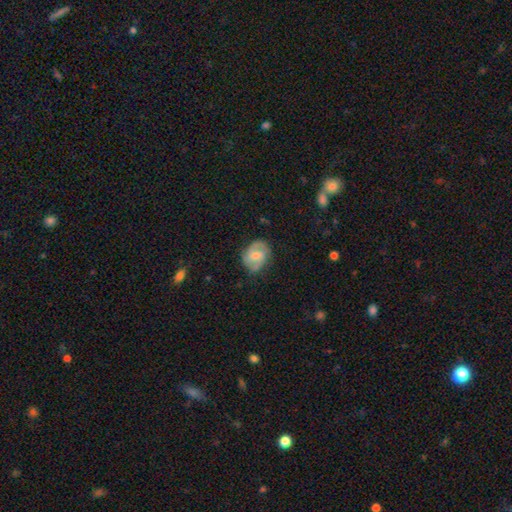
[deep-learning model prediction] The model was most divided on "bulge size": small: 43%, moderate: 41%, none: 10%, large: 4%, dominant: 1%. Remaining: edge-on disk — no (97%); spiral arms — yes (90%); spiral arm count — 2 (74%); merging — none (72%); smooth or featured — featured or disk (66%); bar — weak (50%); spiral winding — medium (47%).